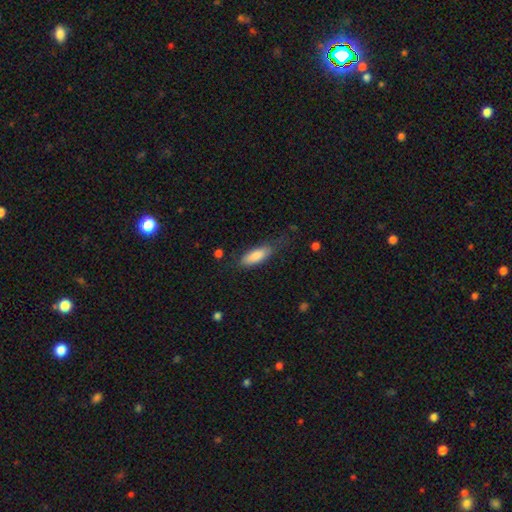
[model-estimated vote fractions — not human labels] A smooth galaxy with no disk features (82%) that is in between round and cigar-shaped (64%).

Vote fractions:
- Smooth or featured? smooth: 82% / featured or disk: 12% / star or artifact: 6%
- How rounded? in between: 64% / cigar-shaped: 34% / round: 2%
- Merging? none: 65% / minor disturbance: 25% / major disturbance: 8% / merger: 2%